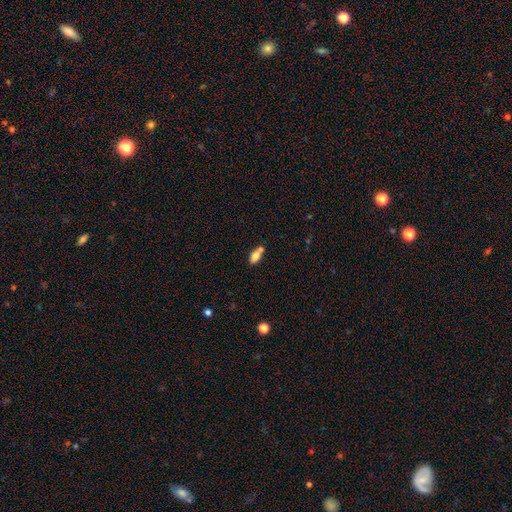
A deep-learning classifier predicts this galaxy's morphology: smooth_or_featured: smooth (p=0.78) [alt: featured or disk p=0.12]
how_rounded: in between (p=0.87) [alt: round p=0.09]
merging: none (p=0.42) [alt: merger p=0.41]